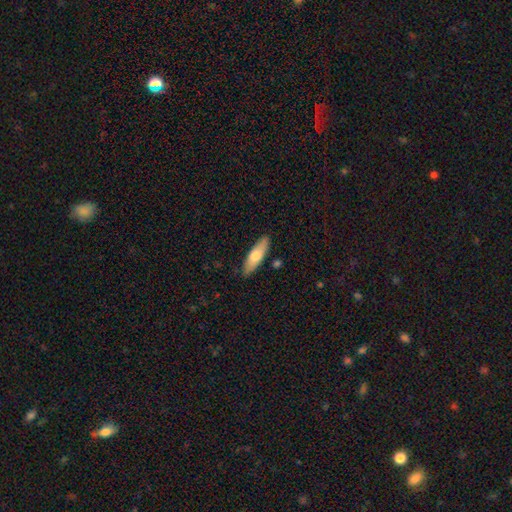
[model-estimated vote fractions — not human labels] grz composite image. It shows a smooth galaxy with no disk features (69%) that is cigar-shaped (51%). Merging: none (86%).